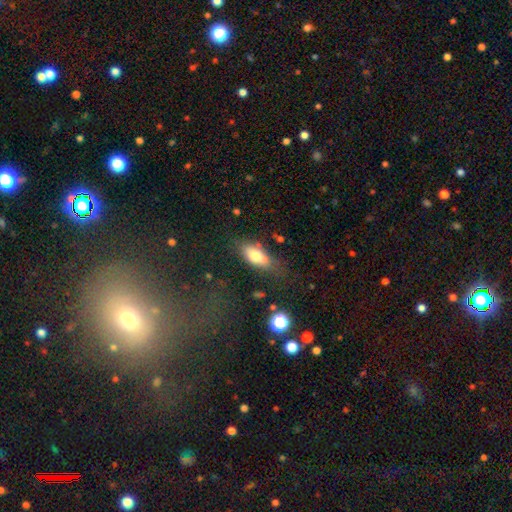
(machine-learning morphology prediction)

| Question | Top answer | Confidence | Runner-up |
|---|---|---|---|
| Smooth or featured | smooth | 70% | featured or disk (21%) |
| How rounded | in between | 81% | cigar-shaped (14%) |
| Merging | none | 59% | minor disturbance (23%) |